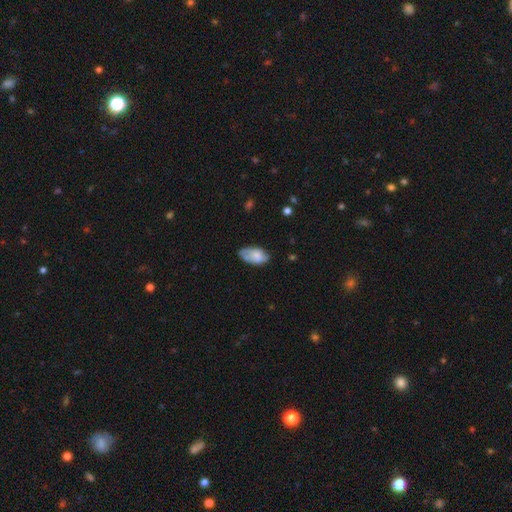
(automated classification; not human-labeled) smooth 69%, featured or disk 23%, star or artifact 8%. Down the decision tree: how rounded — in between (94%); merging — none (56%).